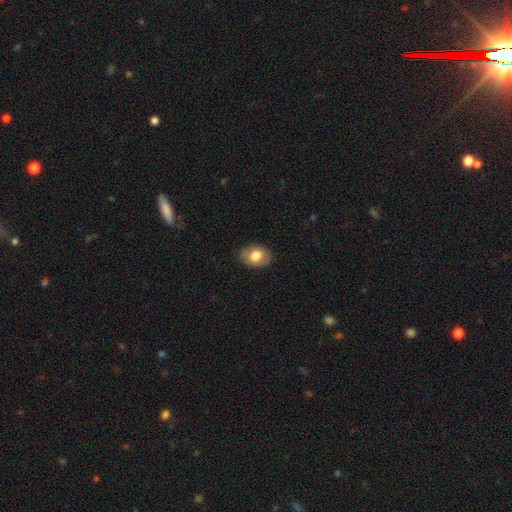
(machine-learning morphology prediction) This appears to be a smooth galaxy with no disk features (78%) that is in between round and cigar-shaped (75%). Merging: none (86%).